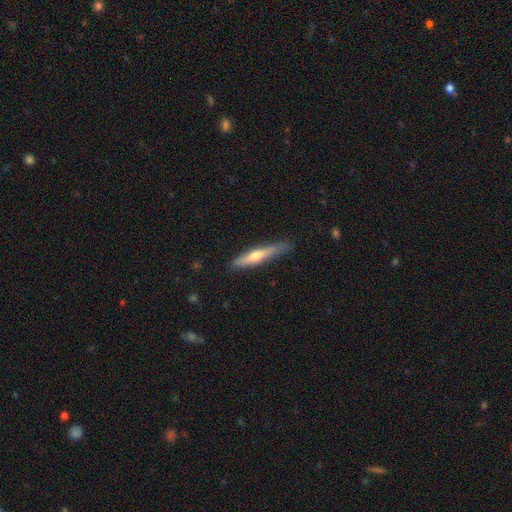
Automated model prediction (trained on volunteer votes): Smooth or featured? featured or disk (50%)
Edge-on disk? yes (94%)
Merging? none (80%)